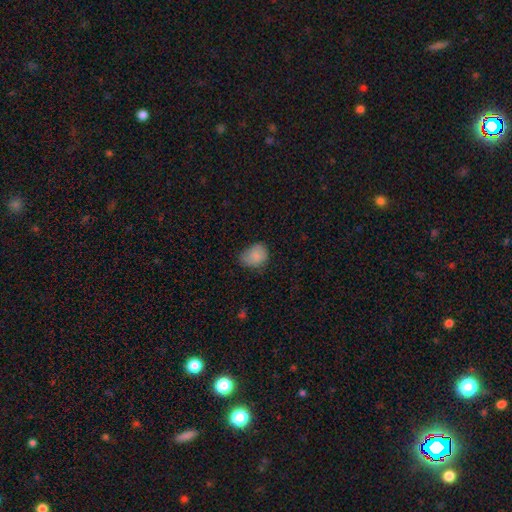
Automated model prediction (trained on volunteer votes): smooth_or_featured: smooth (p=0.81) [alt: featured or disk p=0.11]
how_rounded: in between (p=0.57) [alt: round p=0.42]
merging: none (p=0.51) [alt: minor disturbance p=0.38]